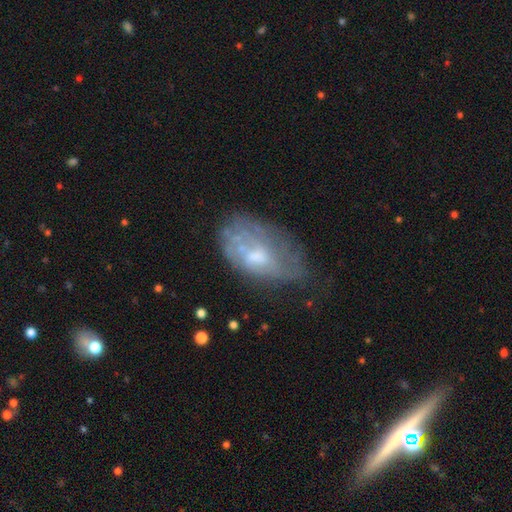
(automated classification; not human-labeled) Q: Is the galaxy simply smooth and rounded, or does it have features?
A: featured or disk — 55%.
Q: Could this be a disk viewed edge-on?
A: no — 94%.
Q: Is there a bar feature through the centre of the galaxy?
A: no — 72%.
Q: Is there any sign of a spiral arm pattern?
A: no — 64%.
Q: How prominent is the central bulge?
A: moderate — 48%.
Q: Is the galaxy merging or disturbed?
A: none — 45%.